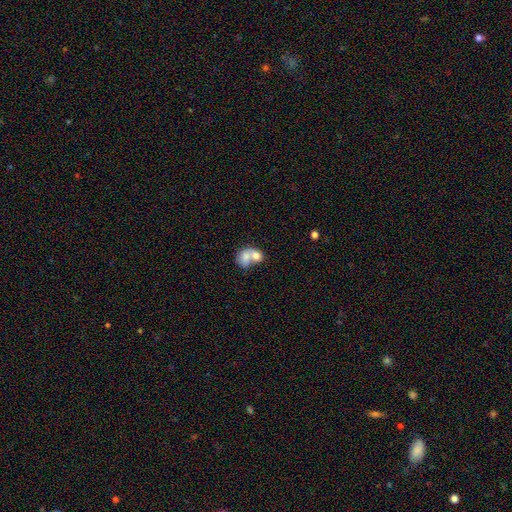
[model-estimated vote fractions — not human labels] Smooth or featured?
  - smooth: 68% *
  - featured or disk: 24%
  - star or artifact: 7%
How rounded?
  - in between: 58% *
  - round: 41%
  - cigar-shaped: 1%
Merging?
  - merger: 74% *
  - none: 14%
  - minor disturbance: 6%
  - major disturbance: 6%